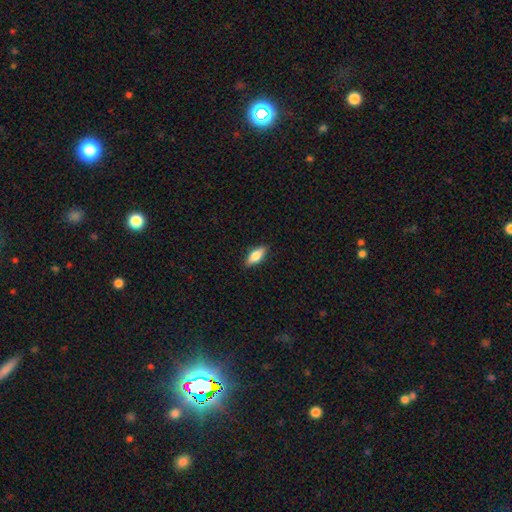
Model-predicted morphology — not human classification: smooth-or-featured: smooth: 76% | featured or disk: 18% | star or artifact: 6%
  how-rounded: in between: 77% | cigar-shaped: 20% | round: 3%
  merging: none: 88% | minor disturbance: 9% | major disturbance: 2% | merger: 1%